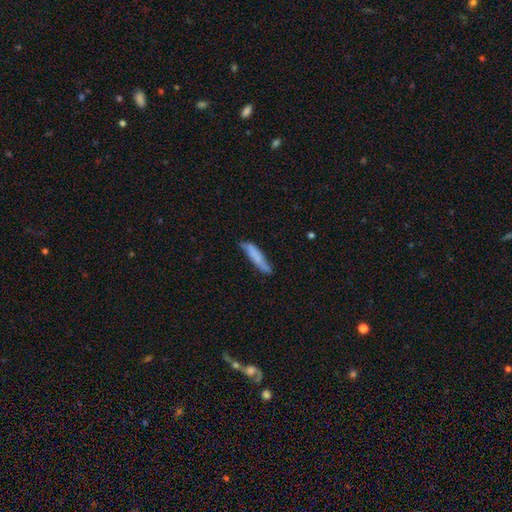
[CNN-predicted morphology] Overall: smooth (69%). How rounded: cigar-shaped (86%). Merging: none (67%).